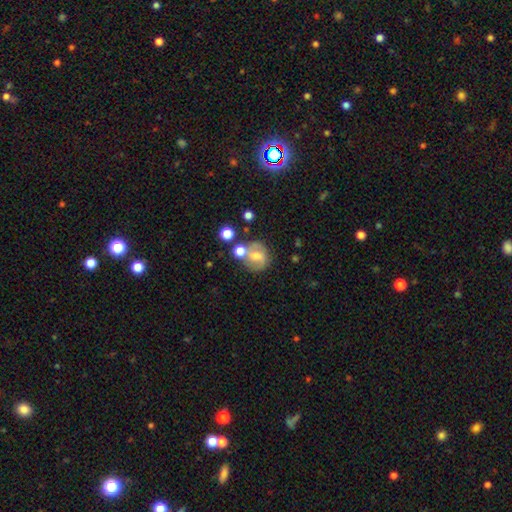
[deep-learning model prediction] This appears to be a smooth galaxy with no disk features (49%). Merging: none (53%).